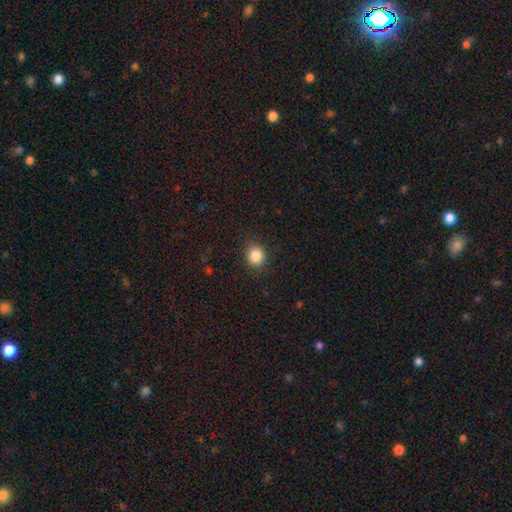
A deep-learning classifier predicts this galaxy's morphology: smooth-or-featured: smooth: 86% | star or artifact: 10% | featured or disk: 4%
  how-rounded: round: 78% | in between: 21% | cigar-shaped: 1%
  merging: none: 88% | minor disturbance: 8% | major disturbance: 3% | merger: 1%